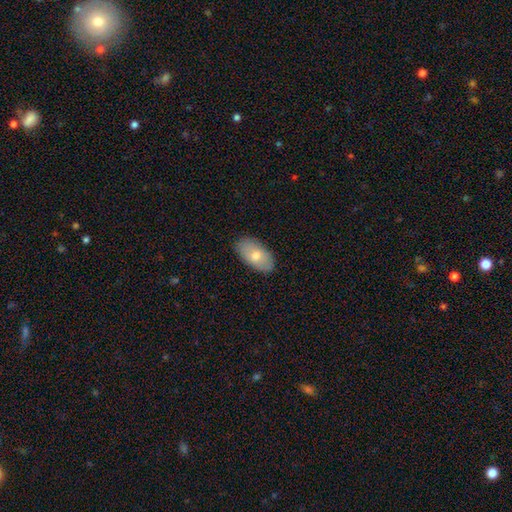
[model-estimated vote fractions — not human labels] A smooth galaxy with no disk features (71%) that is in between round and cigar-shaped (94%).

Vote fractions:
- Smooth or featured? smooth: 71% / featured or disk: 23% / star or artifact: 6%
- How rounded? in between: 94% / round: 4% / cigar-shaped: 2%
- Merging? none: 86% / minor disturbance: 11% / major disturbance: 2% / merger: 1%